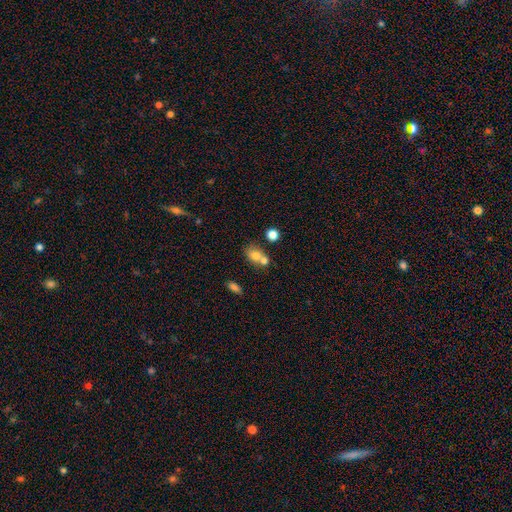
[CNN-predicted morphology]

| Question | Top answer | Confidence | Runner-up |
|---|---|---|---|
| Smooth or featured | smooth | 73% | featured or disk (15%) |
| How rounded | in between | 53% | round (46%) |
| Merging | merger | 47% | none (38%) |